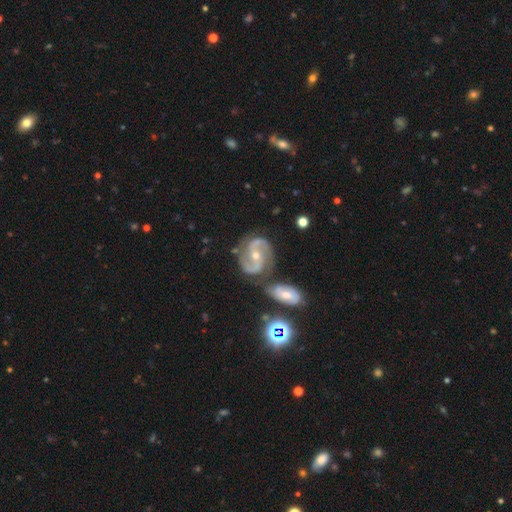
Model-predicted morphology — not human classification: This appears to be a featured or disk galaxy (89%) with no bar (41%), 2 (88%) medium (58%) spiral arms (98%) and a small central bulge (50%). Merging: none (65%).